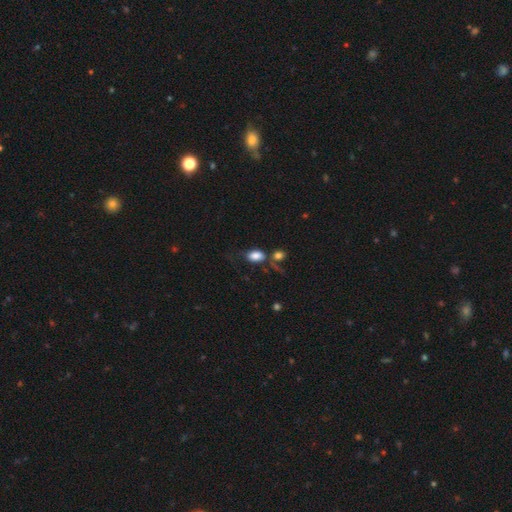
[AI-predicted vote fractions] smooth_or_featured: smooth (p=0.81) [alt: featured or disk p=0.10]
how_rounded: in between (p=0.87) [alt: round p=0.11]
merging: none (p=0.41) [alt: merger p=0.29]